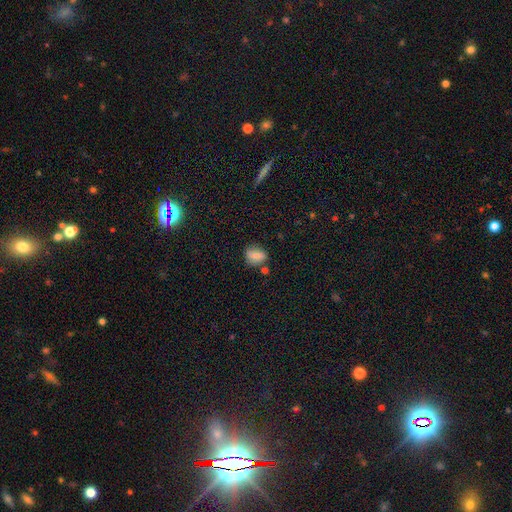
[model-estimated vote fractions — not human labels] Smooth or featured?
  - smooth: 80% *
  - featured or disk: 11%
  - star or artifact: 10%
How rounded?
  - in between: 60% *
  - round: 36%
  - cigar-shaped: 3%
Merging?
  - none: 65% *
  - minor disturbance: 22%
  - merger: 7%
  - major disturbance: 6%